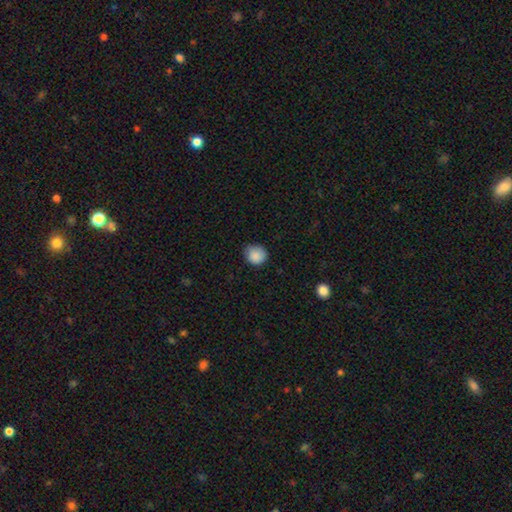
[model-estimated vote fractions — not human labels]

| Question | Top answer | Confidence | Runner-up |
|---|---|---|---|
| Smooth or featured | smooth | 88% | star or artifact (9%) |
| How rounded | round | 79% | in between (20%) |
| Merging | none | 73% | minor disturbance (23%) |